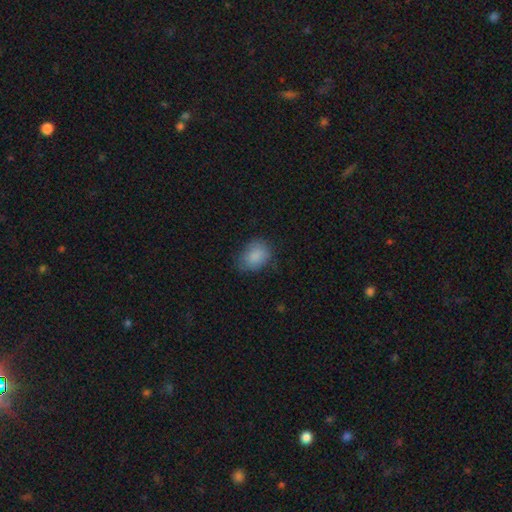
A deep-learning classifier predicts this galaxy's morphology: Smooth or featured: smooth — 86% (star or artifact — 8%)
How rounded: in between — 68% (round — 31%)
Merging: none — 69% (minor disturbance — 23%)